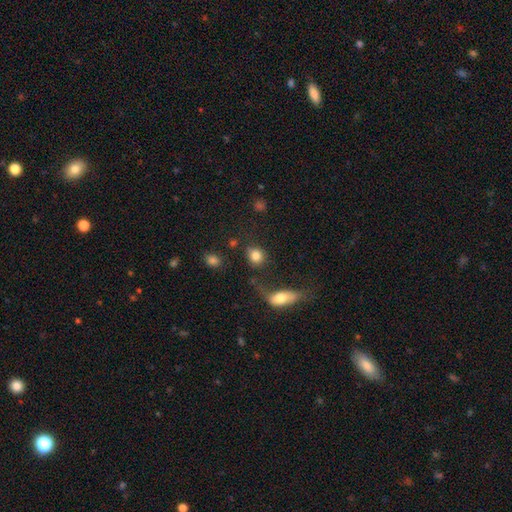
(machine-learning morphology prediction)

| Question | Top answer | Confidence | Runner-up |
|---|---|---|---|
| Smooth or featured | smooth | 83% | star or artifact (9%) |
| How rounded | round | 69% | in between (30%) |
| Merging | none | 65% | merger (13%) |